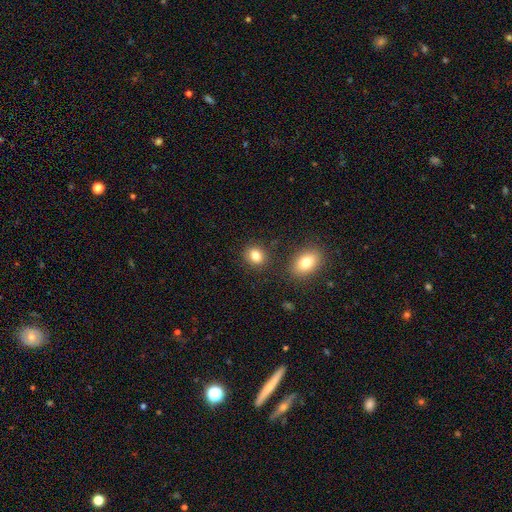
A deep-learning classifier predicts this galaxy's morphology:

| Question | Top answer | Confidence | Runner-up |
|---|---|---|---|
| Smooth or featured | smooth | 83% | star or artifact (10%) |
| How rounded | round | 53% | in between (46%) |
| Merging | none | 83% | minor disturbance (9%) |